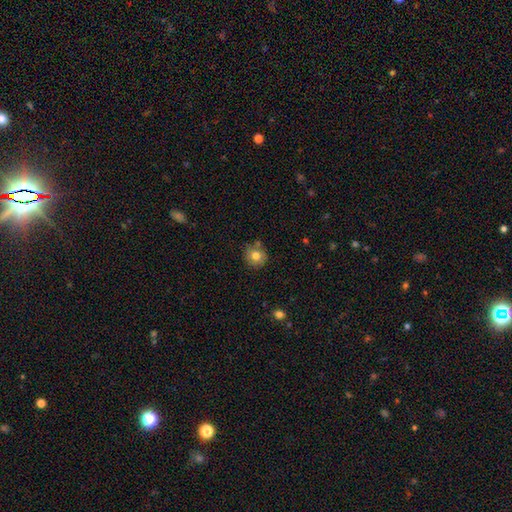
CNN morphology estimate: The model was most divided on "merging": none: 76%, minor disturbance: 14%, merger: 6%, major disturbance: 3%. More confident: how rounded — round (89%); smooth or featured — smooth (77%).